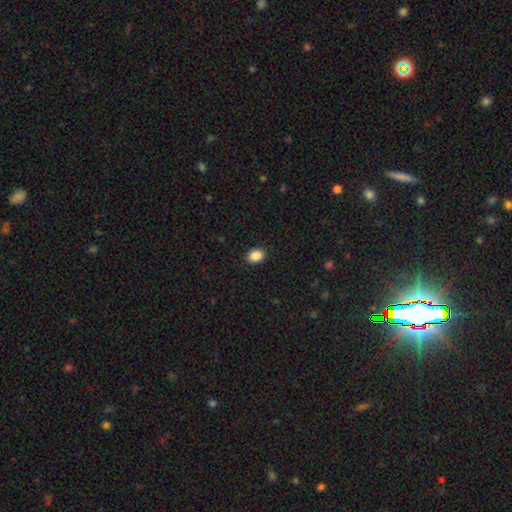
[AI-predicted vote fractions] smooth_or_featured: smooth (p=0.88) [alt: star or artifact p=0.09]
how_rounded: in between (p=0.62) [alt: round p=0.38]
merging: none (p=0.90) [alt: minor disturbance p=0.07]